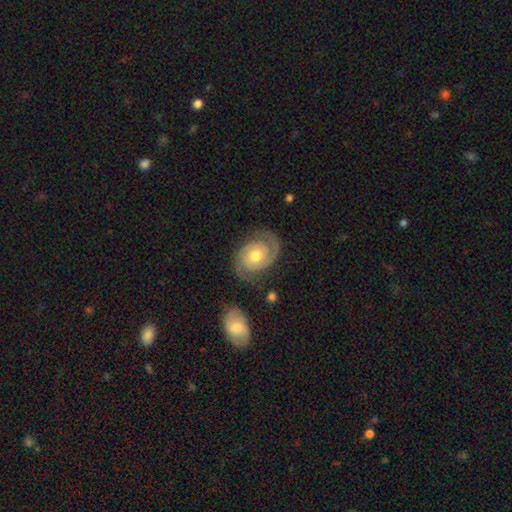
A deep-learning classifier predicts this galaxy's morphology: Smooth or featured? Predicted: featured or disk (p=0.87). Edge-on disk? Predicted: no (p=0.98). Bar? Predicted: no (p=0.74). Spiral arms? Predicted: yes (p=0.97). Spiral winding? Predicted: tight (p=0.59). Spiral arm count? Predicted: 2 (p=0.91). Bulge size? Predicted: moderate (p=0.76). Merging? Predicted: none (p=0.79).